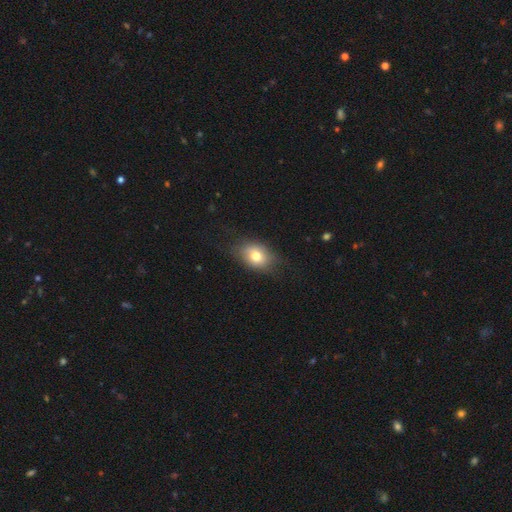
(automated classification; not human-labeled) This appears to be a smooth galaxy with no disk features (75%) that is in between round and cigar-shaped (71%). Merging: none (74%).